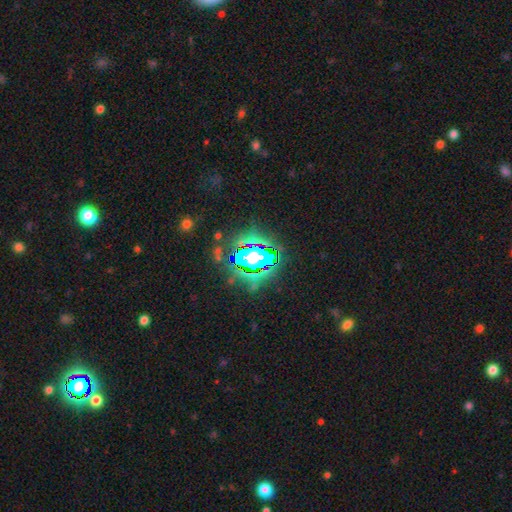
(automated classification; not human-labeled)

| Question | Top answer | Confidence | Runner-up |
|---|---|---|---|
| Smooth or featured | star or artifact | 63% | smooth (22%) |